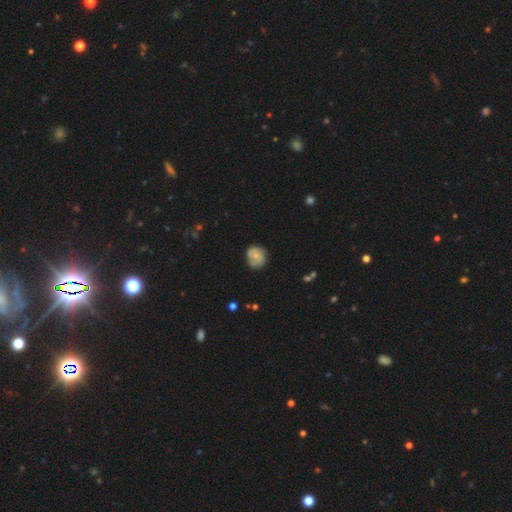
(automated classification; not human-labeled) Smooth or featured?
  - smooth: 63% *
  - featured or disk: 28%
  - star or artifact: 9%
How rounded?
  - round: 73% *
  - in between: 26%
  - cigar-shaped: 1%
Merging?
  - none: 62% *
  - minor disturbance: 27%
  - major disturbance: 7%
  - merger: 5%